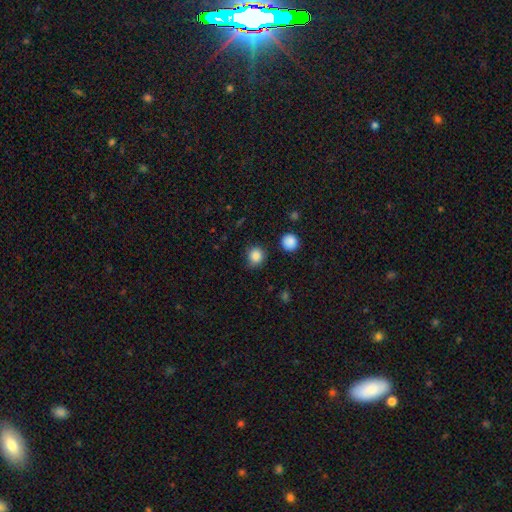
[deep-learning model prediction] smooth-or-featured: smooth: 85% | star or artifact: 11% | featured or disk: 4%
  how-rounded: round: 87% | in between: 12% | cigar-shaped: 1%
  merging: none: 79% | minor disturbance: 14% | major disturbance: 4% | merger: 3%